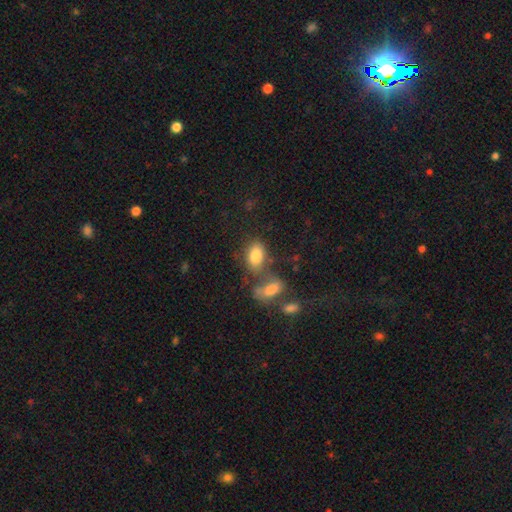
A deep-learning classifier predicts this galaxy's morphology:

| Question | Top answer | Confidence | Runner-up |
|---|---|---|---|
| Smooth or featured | smooth | 81% | featured or disk (10%) |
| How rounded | in between | 88% | round (10%) |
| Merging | none | 51% | merger (28%) |